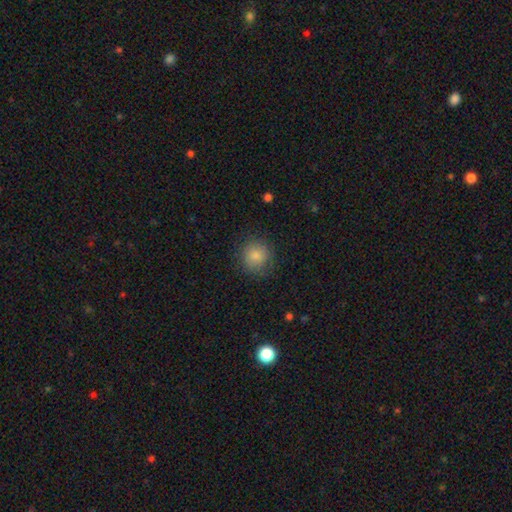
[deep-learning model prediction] Smooth or featured?
  - smooth: 83% *
  - star or artifact: 10%
  - featured or disk: 7%
How rounded?
  - round: 92% *
  - in between: 7%
  - cigar-shaped: 1%
Merging?
  - none: 84% *
  - minor disturbance: 11%
  - major disturbance: 4%
  - merger: 1%